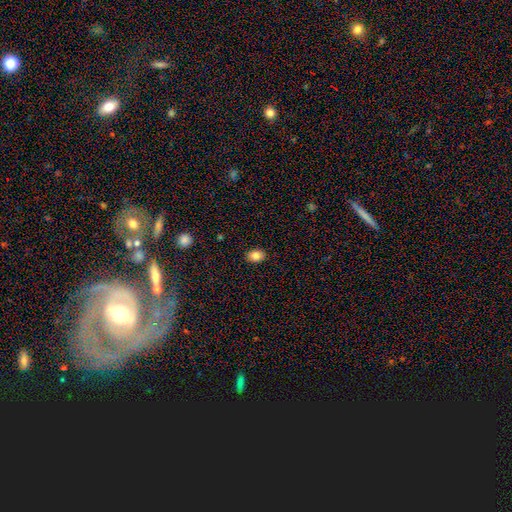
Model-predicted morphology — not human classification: This is clearly a smooth galaxy (85%). How rounded: likely in between (70%). Merging: clearly none (89%).